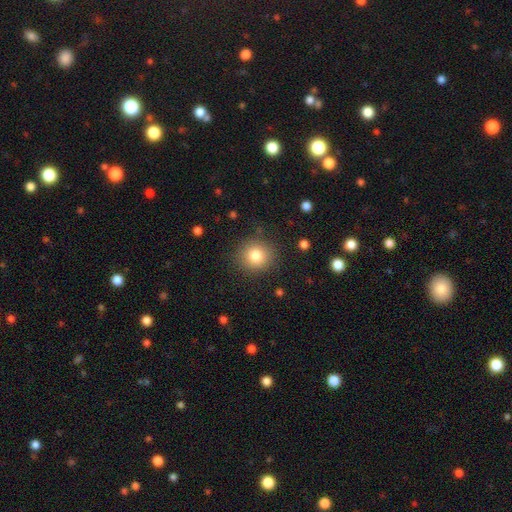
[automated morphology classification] smooth 81%, star or artifact 11%, featured or disk 7%. Down the decision tree: how rounded — round (90%); merging — none (88%).